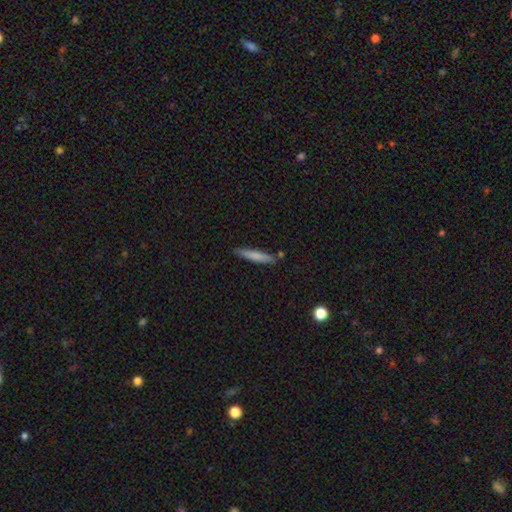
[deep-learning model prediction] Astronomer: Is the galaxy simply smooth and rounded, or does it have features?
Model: smooth — 76%.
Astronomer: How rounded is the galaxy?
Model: cigar-shaped — 91%.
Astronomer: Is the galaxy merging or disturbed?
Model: none — 82%.